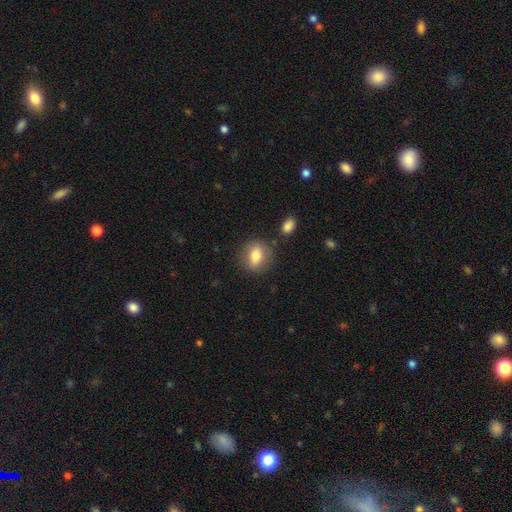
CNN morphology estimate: Smooth or featured? Predicted: smooth (p=0.75). How rounded? Predicted: round (p=0.55). Merging? Predicted: none (p=0.82).